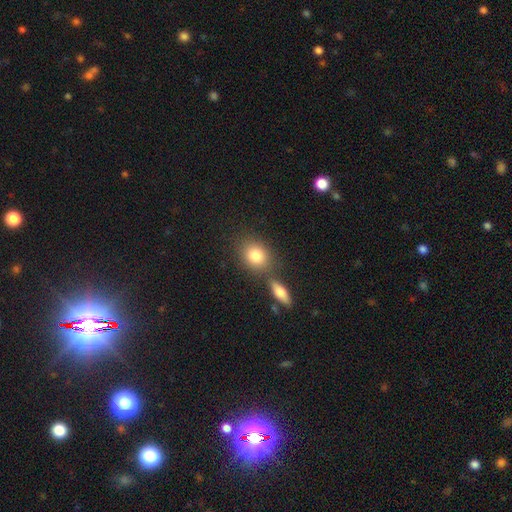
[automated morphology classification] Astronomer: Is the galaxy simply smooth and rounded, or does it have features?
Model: smooth — 81%.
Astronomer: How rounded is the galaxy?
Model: round — 54% (runner-up: in between, 44%).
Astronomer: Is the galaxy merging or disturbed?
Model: none — 65%.